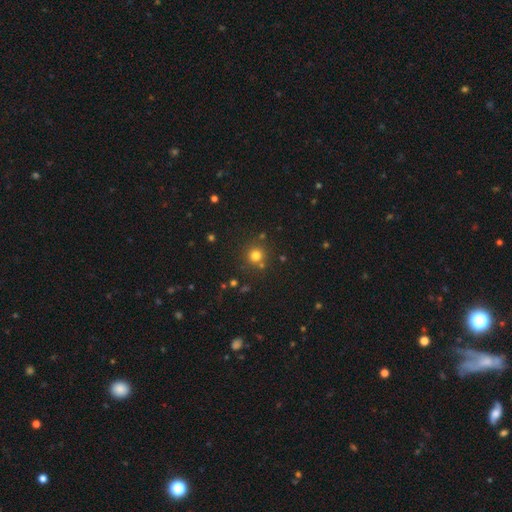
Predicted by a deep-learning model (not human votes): Q: Smooth or featured?
A: smooth (76%); runner-up: star or artifact (18%)
Q: How rounded?
A: round (93%); runner-up: in between (6%)
Q: Merging?
A: none (80%); runner-up: merger (8%)